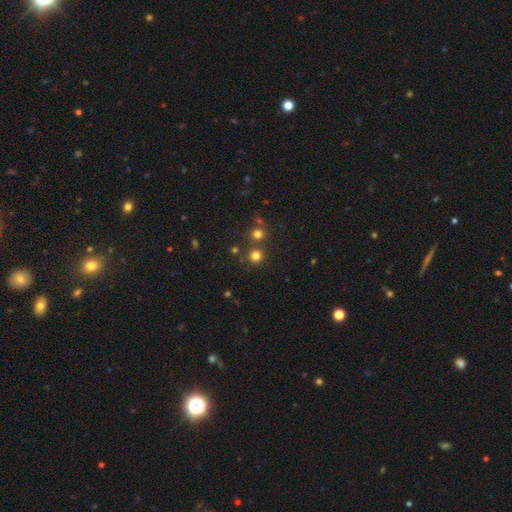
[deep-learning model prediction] A smooth galaxy with no disk features (74%) that is round (93%).

Vote fractions:
- Smooth or featured? smooth: 74% / star or artifact: 21% / featured or disk: 5%
- How rounded? round: 93% / in between: 6% / cigar-shaped: 1%
- Merging? none: 79% / merger: 12% / minor disturbance: 6% / major disturbance: 3%